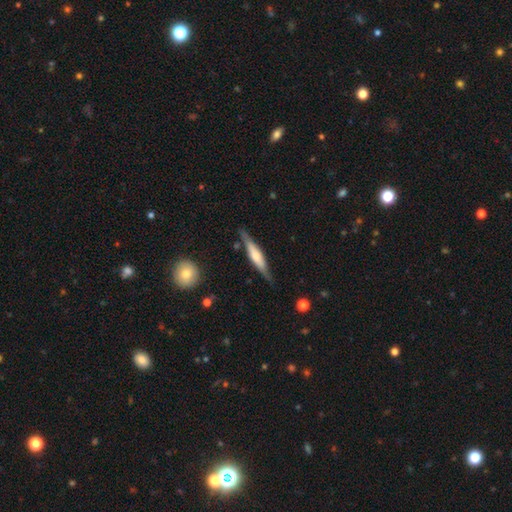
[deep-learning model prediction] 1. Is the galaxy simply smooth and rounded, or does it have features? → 59% featured or disk, 36% smooth, 5% star or artifact.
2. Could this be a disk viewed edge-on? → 94% yes, 6% no.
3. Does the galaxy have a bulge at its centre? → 60% rounded, 28% boxy, 13% none.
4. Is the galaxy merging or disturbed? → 80% none, 15% minor disturbance, 3% major disturbance, 2% merger.